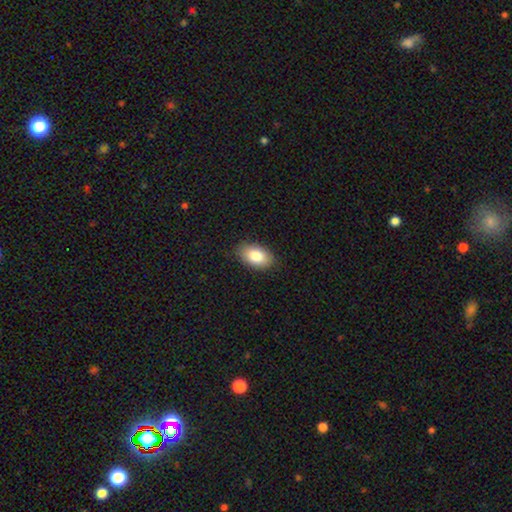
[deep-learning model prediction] Smooth or featured? smooth (83%)
How rounded? in between (93%)
Merging? none (87%)